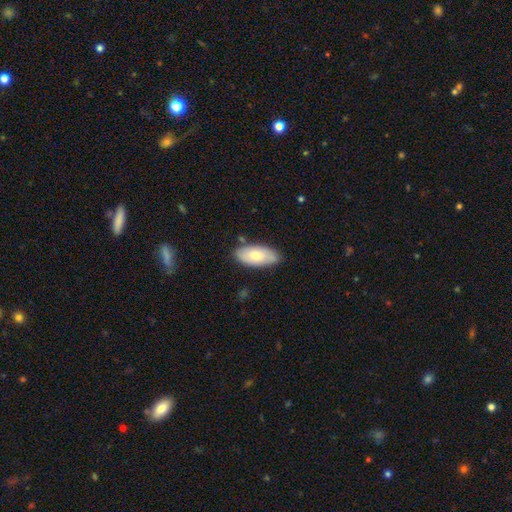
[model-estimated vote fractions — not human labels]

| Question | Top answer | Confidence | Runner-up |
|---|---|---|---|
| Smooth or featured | smooth | 73% | featured or disk (21%) |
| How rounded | in between | 92% | cigar-shaped (6%) |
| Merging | none | 77% | minor disturbance (17%) |